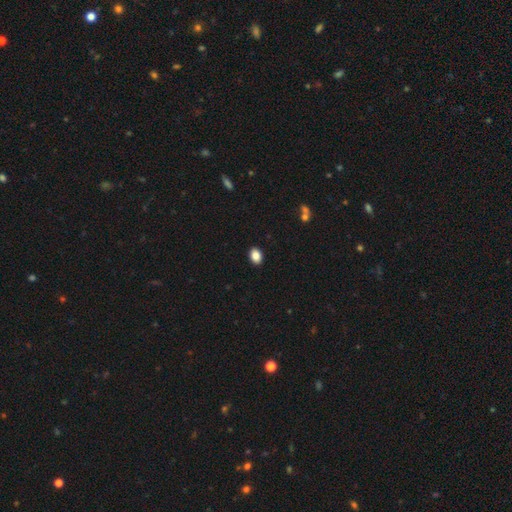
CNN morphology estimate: Q: Smooth or featured?
A: smooth (87%); runner-up: star or artifact (9%)
Q: How rounded?
A: in between (77%); runner-up: round (22%)
Q: Merging?
A: none (91%); runner-up: minor disturbance (6%)